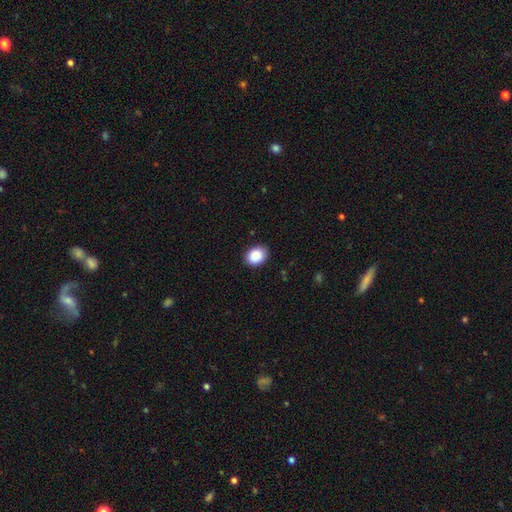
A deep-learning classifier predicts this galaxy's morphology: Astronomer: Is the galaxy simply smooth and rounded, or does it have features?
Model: smooth — 89%.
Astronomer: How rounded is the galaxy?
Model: in between — 57% (runner-up: round, 42%).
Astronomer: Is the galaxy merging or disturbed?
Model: none — 87%.